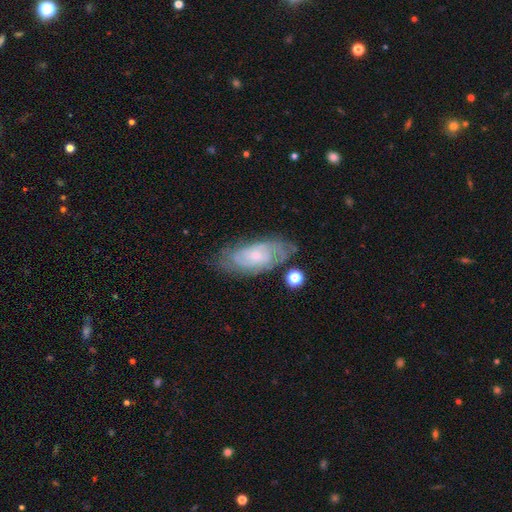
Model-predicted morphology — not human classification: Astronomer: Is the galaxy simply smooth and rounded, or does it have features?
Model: featured or disk — 77%.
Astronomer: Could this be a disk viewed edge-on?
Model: no — 93%.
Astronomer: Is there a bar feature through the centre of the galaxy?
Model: no — 65%.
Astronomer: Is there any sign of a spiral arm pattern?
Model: yes — 93%.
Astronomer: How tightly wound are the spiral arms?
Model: tight — 66%.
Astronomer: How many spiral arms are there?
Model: can't tell — 40% (runner-up: 2, 32%).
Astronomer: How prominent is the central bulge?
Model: small — 67%.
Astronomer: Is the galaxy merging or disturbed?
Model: none — 69%.